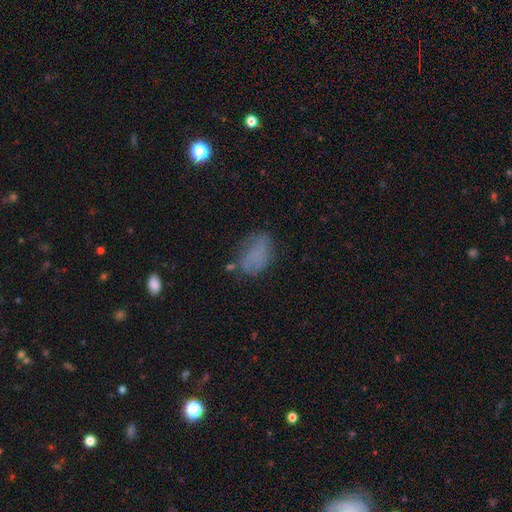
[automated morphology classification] smooth-or-featured: smooth: 65% | featured or disk: 21% | star or artifact: 14%
  how-rounded: in between: 83% | round: 15% | cigar-shaped: 2%
  merging: none: 53% | minor disturbance: 27% | major disturbance: 16% | merger: 5%